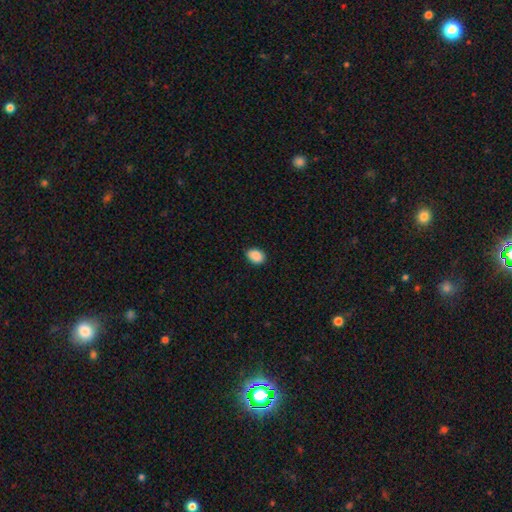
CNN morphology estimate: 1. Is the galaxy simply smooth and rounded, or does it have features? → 90% smooth, 7% star or artifact, 2% featured or disk.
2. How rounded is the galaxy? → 79% in between, 20% round, 1% cigar-shaped.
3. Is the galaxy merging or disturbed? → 88% none, 9% minor disturbance, 2% major disturbance, 1% merger.